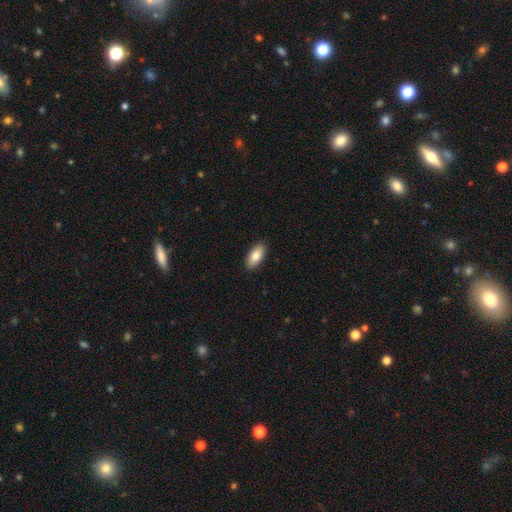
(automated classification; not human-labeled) smooth-or-featured: smooth: 84% | featured or disk: 10% | star or artifact: 6%
  how-rounded: in between: 92% | cigar-shaped: 6% | round: 2%
  merging: none: 90% | minor disturbance: 8% | major disturbance: 2% | merger: 1%